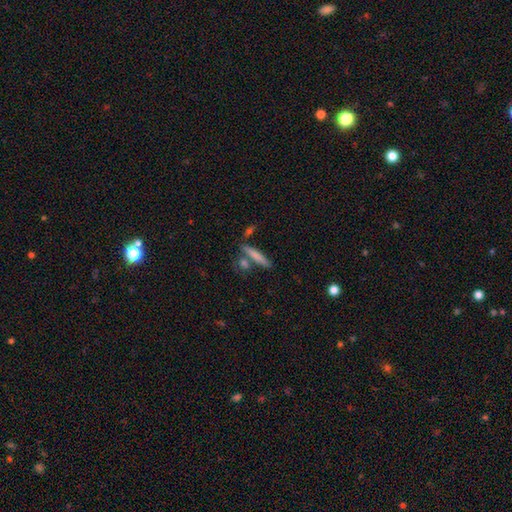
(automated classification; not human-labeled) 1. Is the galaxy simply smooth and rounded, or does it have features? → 74% smooth, 19% featured or disk, 7% star or artifact.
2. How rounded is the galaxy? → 86% cigar-shaped, 11% in between, 3% round.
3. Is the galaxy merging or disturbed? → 72% none, 15% merger, 10% minor disturbance, 3% major disturbance.